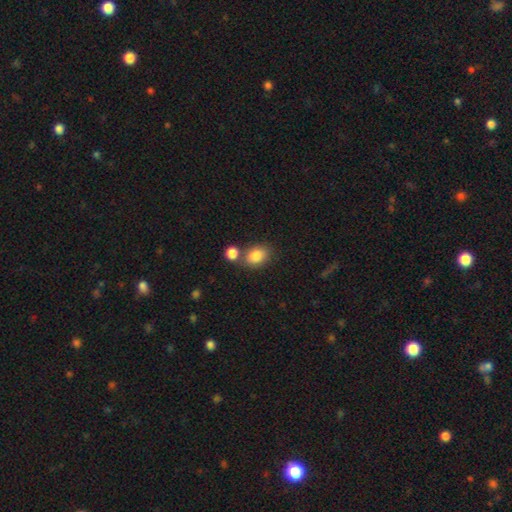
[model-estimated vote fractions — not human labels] smooth-or-featured: smooth: 85% | star or artifact: 9% | featured or disk: 6%
  how-rounded: in between: 68% | round: 31% | cigar-shaped: 1%
  merging: none: 58% | merger: 26% | minor disturbance: 12% | major disturbance: 4%